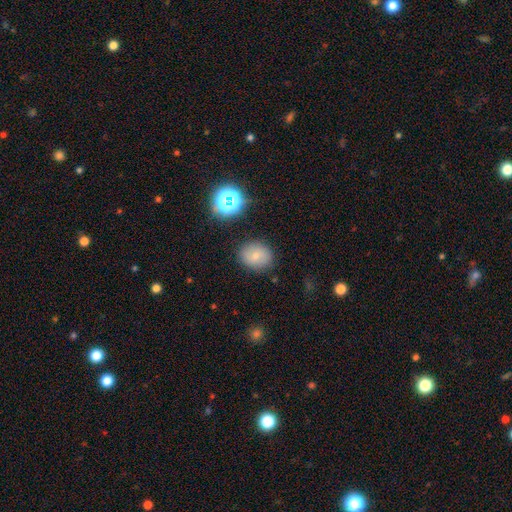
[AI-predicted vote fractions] A smooth galaxy with no disk features (69%) that is round (60%).

Vote fractions:
- Smooth or featured? smooth: 69% / featured or disk: 16% / star or artifact: 15%
- How rounded? round: 60% / in between: 39% / cigar-shaped: 1%
- Merging? none: 83% / minor disturbance: 11% / major disturbance: 3% / merger: 2%